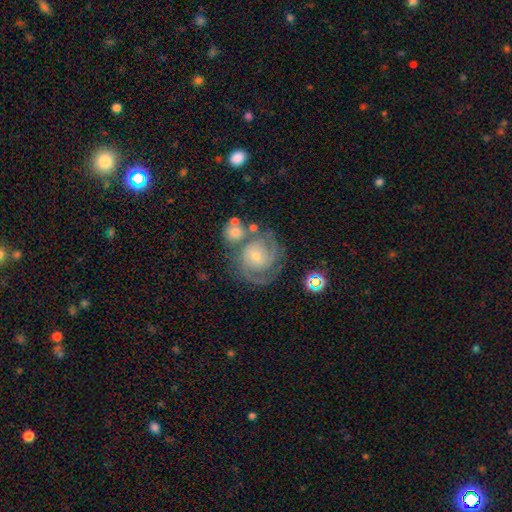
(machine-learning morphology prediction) Overall: featured or disk (81%). Edge-on disk: no (98%). Bar: no (73%). Spiral arms: yes (95%). Spiral arm count: 2 (35%; 3 25%). Spiral winding: tight (64%; medium 30%). Bulge size: small (66%; moderate 29%). Merging: none (61%).